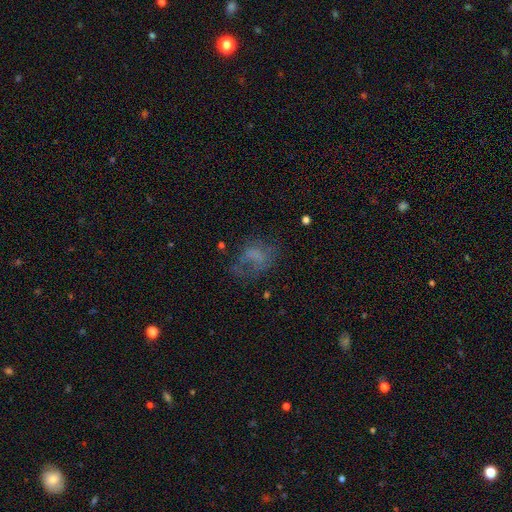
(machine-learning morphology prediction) Smooth or featured? Predicted: smooth (p=0.48). Merging? Predicted: major disturbance (p=0.37, tied with none).